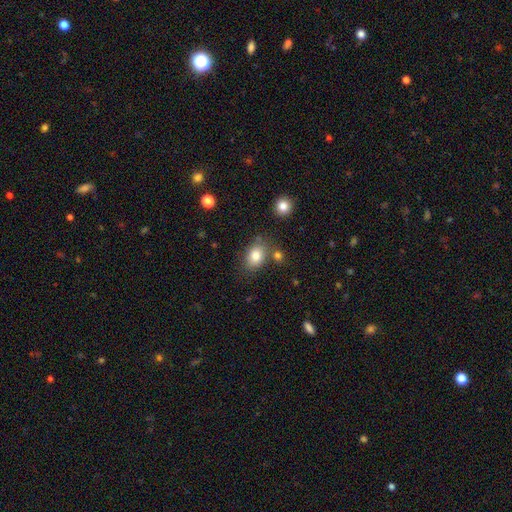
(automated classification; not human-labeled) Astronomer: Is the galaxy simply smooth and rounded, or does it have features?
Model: smooth — 82%.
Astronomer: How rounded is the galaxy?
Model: in between — 71%.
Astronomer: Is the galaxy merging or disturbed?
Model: none — 71%.